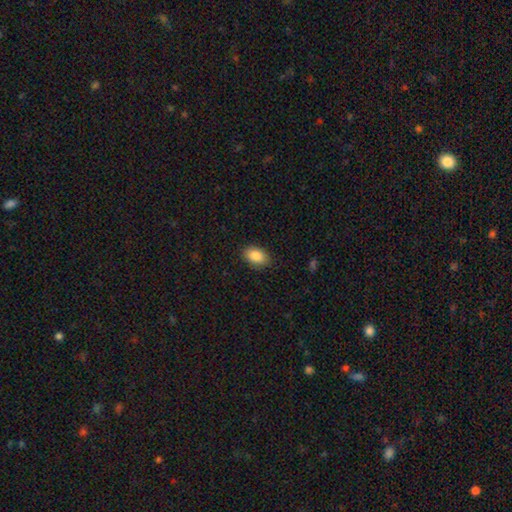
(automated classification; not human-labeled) smooth 87%, star or artifact 7%, featured or disk 5%. Down the decision tree: how rounded — in between (89%); merging — none (87%).